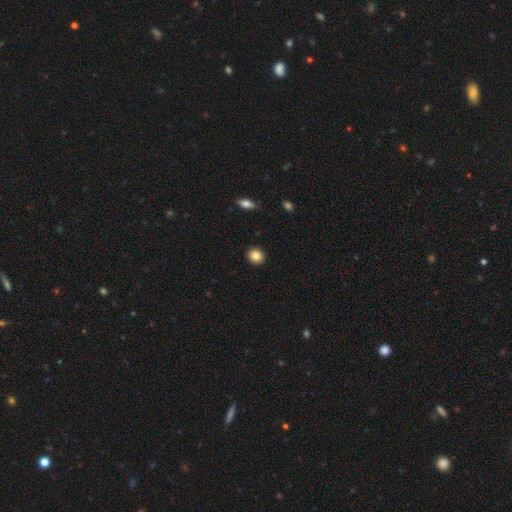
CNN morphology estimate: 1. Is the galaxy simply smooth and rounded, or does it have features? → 84% smooth, 9% star or artifact, 6% featured or disk.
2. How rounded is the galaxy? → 85% round, 14% in between, 1% cigar-shaped.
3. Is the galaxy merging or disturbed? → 92% none, 5% minor disturbance, 2% major disturbance, 1% merger.